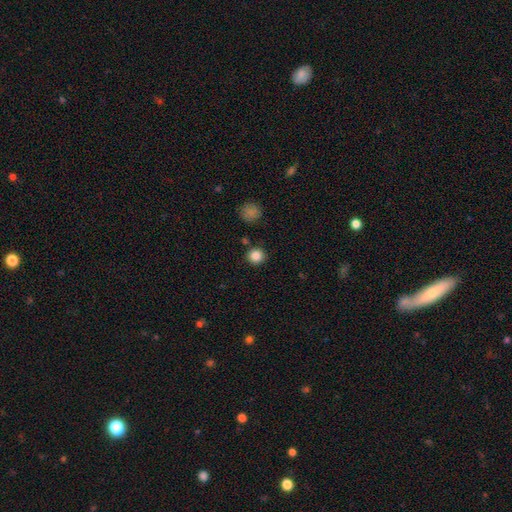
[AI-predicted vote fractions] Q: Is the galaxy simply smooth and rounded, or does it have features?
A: smooth — 85%.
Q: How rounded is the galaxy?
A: round — 93%.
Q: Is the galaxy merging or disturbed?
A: none — 88%.